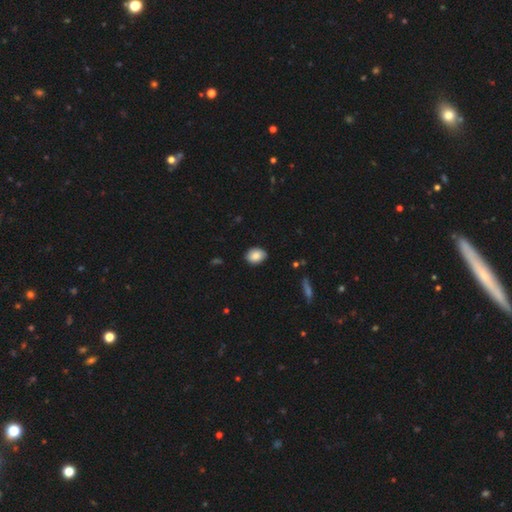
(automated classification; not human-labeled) This is clearly a smooth galaxy (86%). How rounded: likely in between (62%). Merging: clearly none (85%).